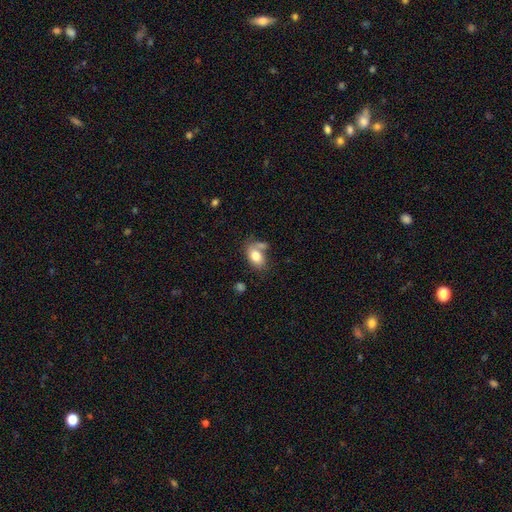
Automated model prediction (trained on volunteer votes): Q: Smooth or featured?
A: smooth (79%); runner-up: featured or disk (13%)
Q: How rounded?
A: in between (86%); runner-up: round (12%)
Q: Merging?
A: none (50%); runner-up: merger (23%)